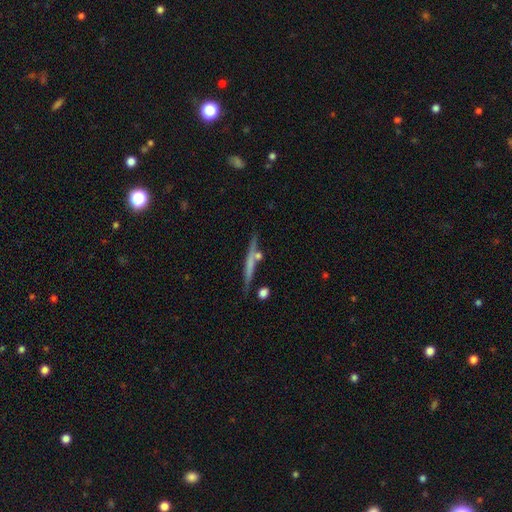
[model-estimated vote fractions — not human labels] A featured or disk galaxy (48%).

Vote fractions:
- Smooth or featured? featured or disk: 48% / smooth: 45% / star or artifact: 7%
- Merging? none: 72% / minor disturbance: 13% / merger: 11% / major disturbance: 4%